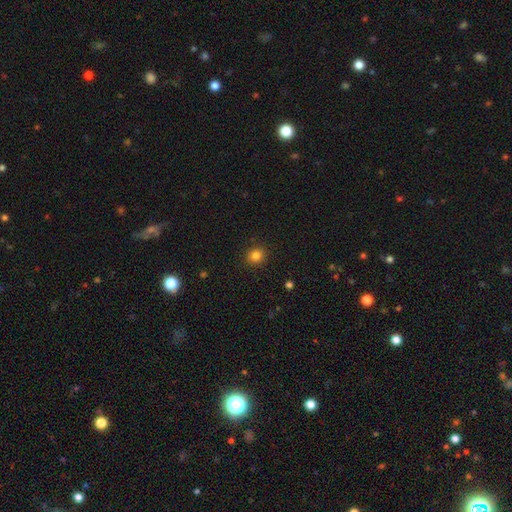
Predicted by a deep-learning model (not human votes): The model was most divided on "smooth or featured": smooth: 83%, star or artifact: 13%, featured or disk: 4%. More confident: merging — none (91%); how rounded — round (87%).